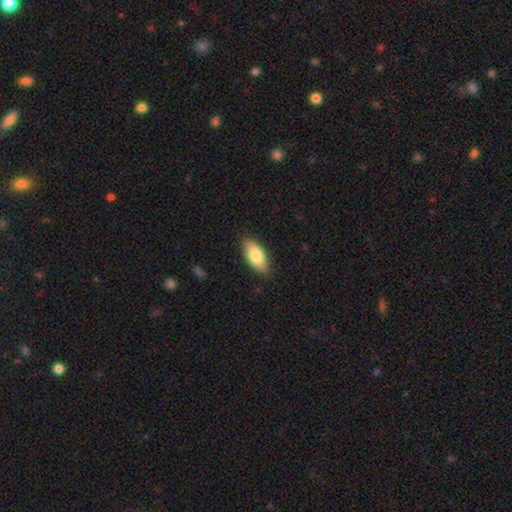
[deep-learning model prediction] smooth_or_featured: smooth (p=0.80) [alt: featured or disk p=0.14]
how_rounded: in between (p=0.87) [alt: cigar-shaped p=0.10]
merging: none (p=0.85) [alt: minor disturbance p=0.12]